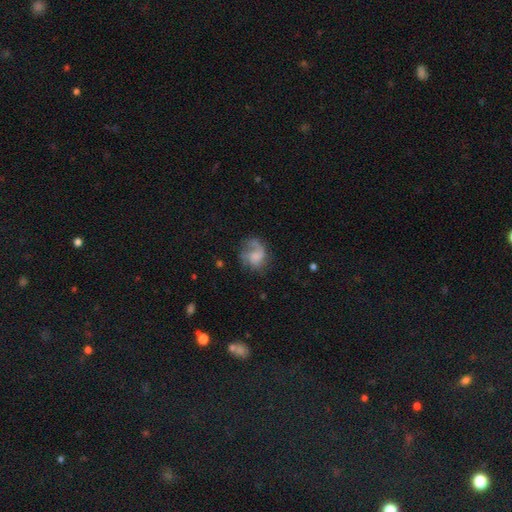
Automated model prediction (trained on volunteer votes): A featured or disk galaxy (54%) with no bar (69%), spiral arms (80%) and a small central bulge (32%, tied with none).

Vote fractions:
- Smooth or featured? featured or disk: 54% / smooth: 38% / star or artifact: 9%
- Edge-on disk? no: 98% / yes: 2%
- Bar? no: 69% / weak: 27% / strong: 4%
- Spiral arms? yes: 80% / no: 20%
- Bulge size? small: 32% (tied) / none: 32% (tied) / moderate: 25% / large: 8% / dominant: 2%
- Merging? none: 47% / major disturbance: 27% / minor disturbance: 23% / merger: 3%